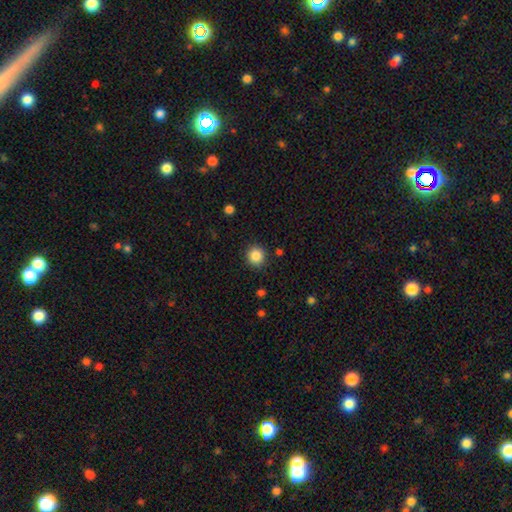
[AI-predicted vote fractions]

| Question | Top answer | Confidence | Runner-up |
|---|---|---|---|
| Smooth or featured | smooth | 86% | star or artifact (10%) |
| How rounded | round | 92% | in between (7%) |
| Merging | none | 89% | minor disturbance (7%) |